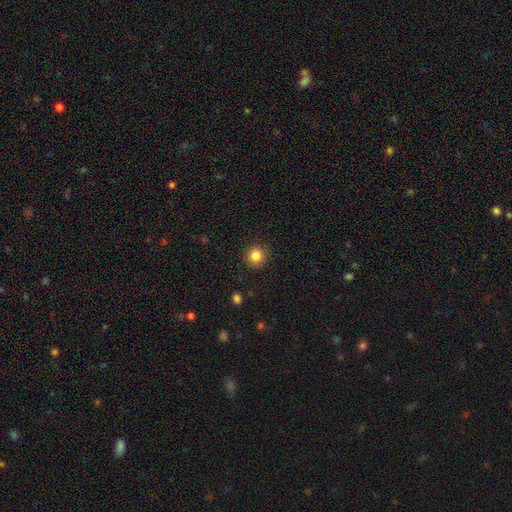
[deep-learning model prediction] smooth 84%, star or artifact 10%, featured or disk 5%. Down the decision tree: how rounded — round (93%); merging — none (90%).